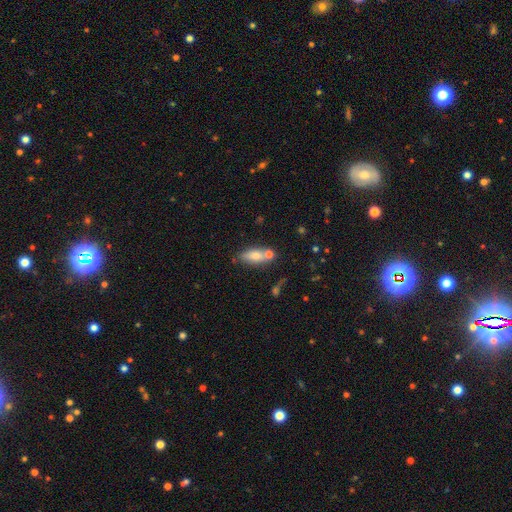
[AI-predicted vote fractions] A smooth galaxy with no disk features (72%) that is in between round and cigar-shaped (75%). Merging: none (55%).